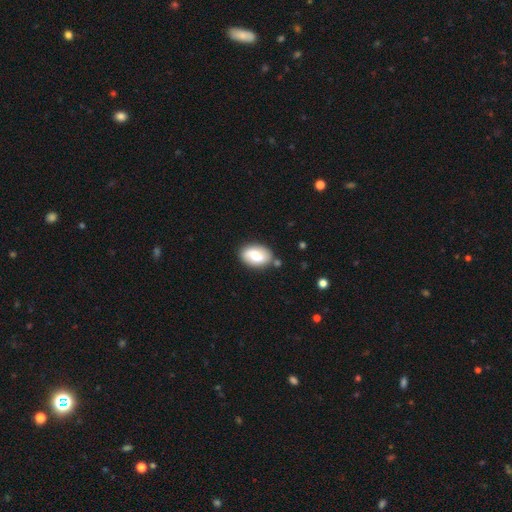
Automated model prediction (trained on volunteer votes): Morphology: type=smooth (69%); roundness=in between (90%); merging=none (76%).